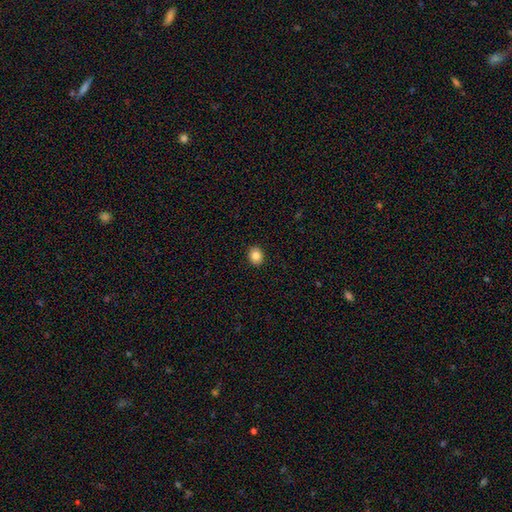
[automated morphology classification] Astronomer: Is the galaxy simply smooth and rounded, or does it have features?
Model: smooth — 85%.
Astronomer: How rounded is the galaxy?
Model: round — 66%.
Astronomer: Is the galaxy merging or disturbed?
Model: none — 92%.